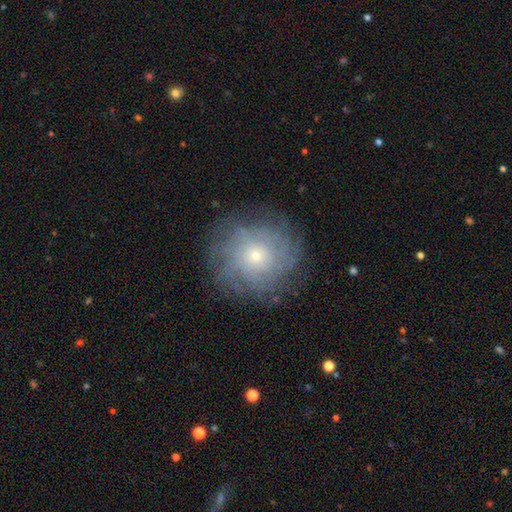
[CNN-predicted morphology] type=featured or disk (57%); edge-on=no (96%); bar=no (86%); spiral arms=yes (79%); bulge=small (69%); merging=none (80%).